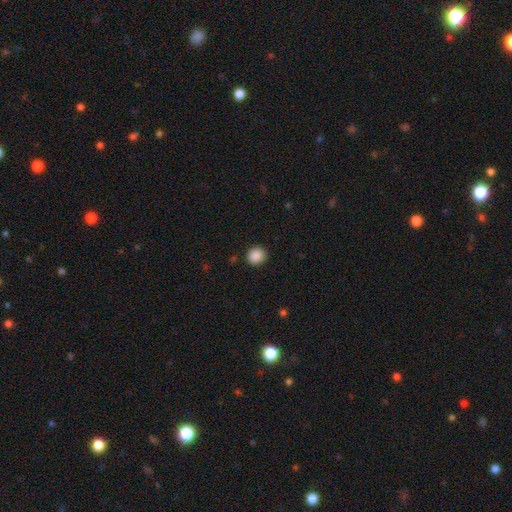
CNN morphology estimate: Smooth or featured? Predicted: smooth (p=0.88). How rounded? Predicted: round (p=0.88). Merging? Predicted: none (p=0.90).